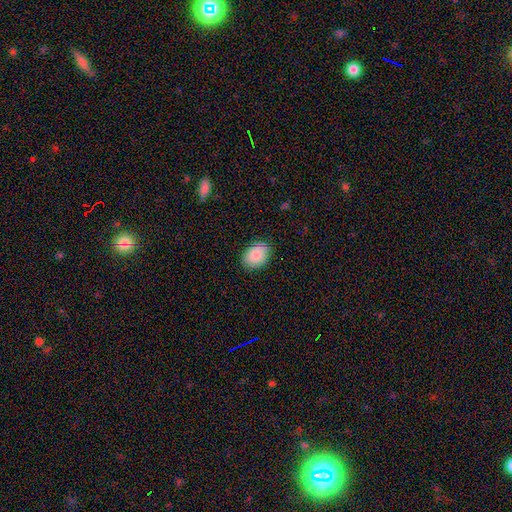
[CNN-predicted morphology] A smooth galaxy with no disk features (87%) that is in between round and cigar-shaped (79%).

Vote fractions:
- Smooth or featured? smooth: 87% / star or artifact: 7% / featured or disk: 6%
- How rounded? in between: 79% / round: 20% / cigar-shaped: 1%
- Merging? none: 86% / minor disturbance: 10% / major disturbance: 2% / merger: 1%